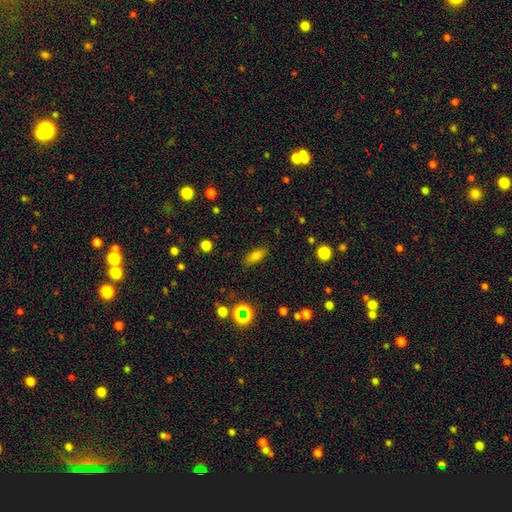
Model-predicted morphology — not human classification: Smooth or featured? smooth (76%)
How rounded? in between (75%)
Merging? none (85%)